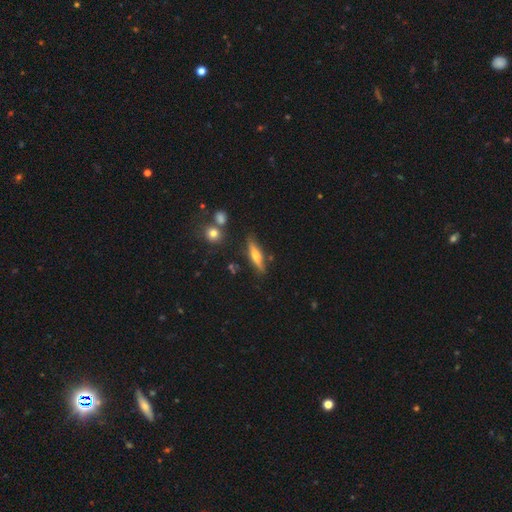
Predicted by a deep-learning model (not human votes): Morphology: type=featured or disk (47%); merging=none (80%).